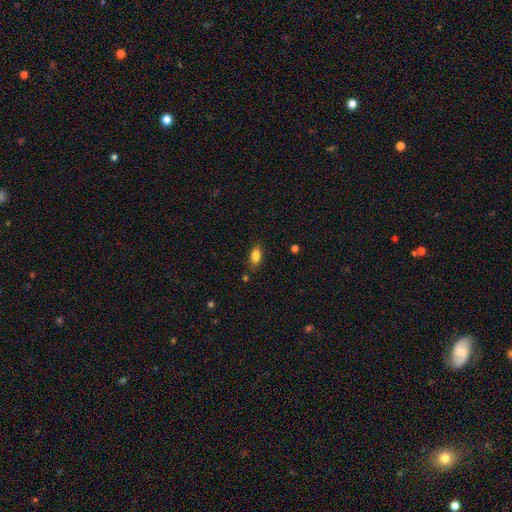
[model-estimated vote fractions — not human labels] Smooth or featured? Predicted: smooth (p=0.85). How rounded? Predicted: in between (p=0.88). Merging? Predicted: none (p=0.83).